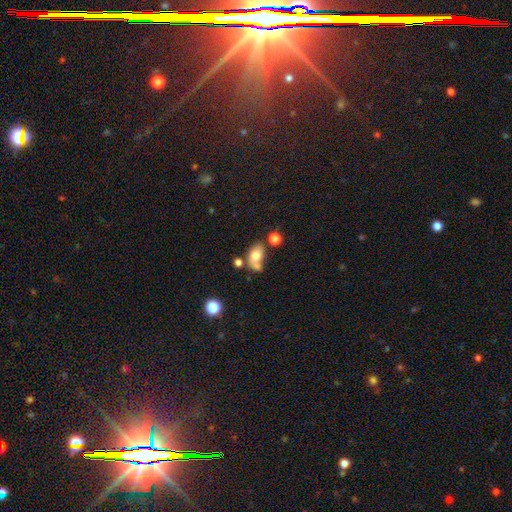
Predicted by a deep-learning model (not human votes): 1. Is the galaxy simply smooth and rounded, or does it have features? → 69% smooth, 20% featured or disk, 11% star or artifact.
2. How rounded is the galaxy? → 78% in between, 20% round, 2% cigar-shaped.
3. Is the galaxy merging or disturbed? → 36% merger, 31% none, 19% minor disturbance, 14% major disturbance.